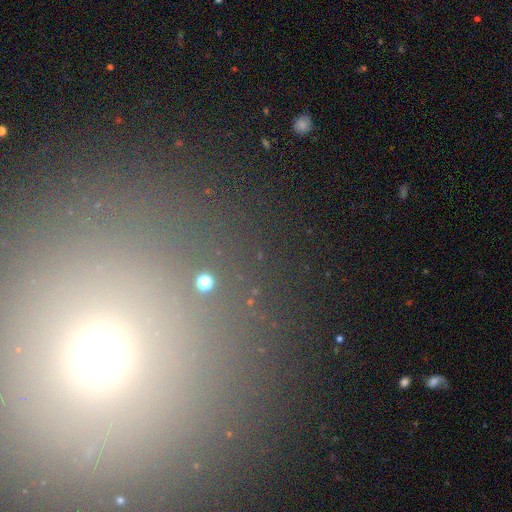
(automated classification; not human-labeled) smooth_or_featured: star or artifact (p=0.50) [alt: smooth p=0.37]